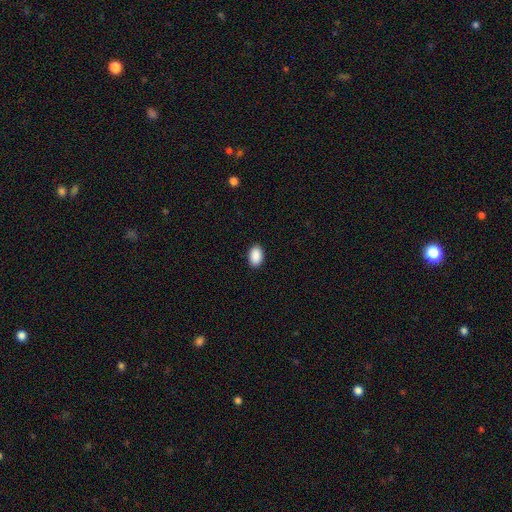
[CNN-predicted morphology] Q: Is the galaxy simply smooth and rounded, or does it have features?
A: smooth — 91%.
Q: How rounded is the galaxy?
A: in between — 90%.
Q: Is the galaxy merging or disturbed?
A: none — 90%.